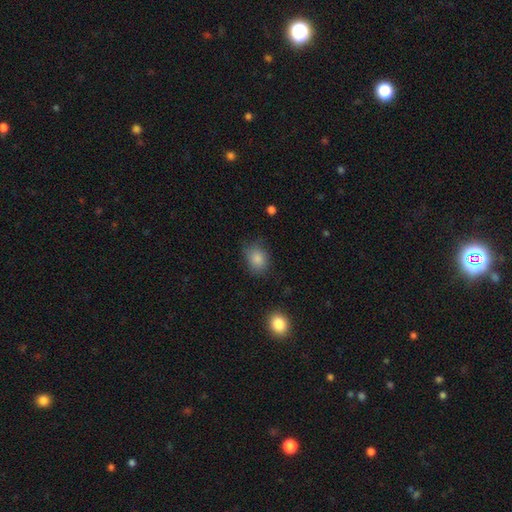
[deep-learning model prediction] A smooth galaxy with no disk features (85%) that is in between round and cigar-shaped (53%).

Vote fractions:
- Smooth or featured? smooth: 85% / star or artifact: 10% / featured or disk: 5%
- How rounded? in between: 53% / round: 46% / cigar-shaped: 1%
- Merging? none: 71% / minor disturbance: 22% / major disturbance: 6% / merger: 2%